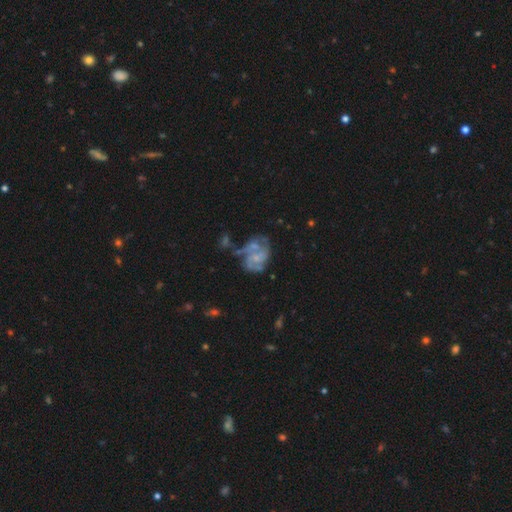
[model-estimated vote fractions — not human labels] Q: Smooth or featured?
A: featured or disk (76%); runner-up: smooth (16%)
Q: Edge-on disk?
A: no (98%); runner-up: yes (2%)
Q: Bar?
A: no (69%); runner-up: weak (26%)
Q: Spiral arms?
A: yes (79%); runner-up: no (21%)
Q: Spiral winding?
A: medium (44%); runner-up: tight (37%)
Q: Spiral arm count?
A: can't tell (30%); runner-up: 2 (28%)
Q: Bulge size?
A: small (52%); runner-up: moderate (25%)
Q: Merging?
A: none (36%); runner-up: major disturbance (23%)